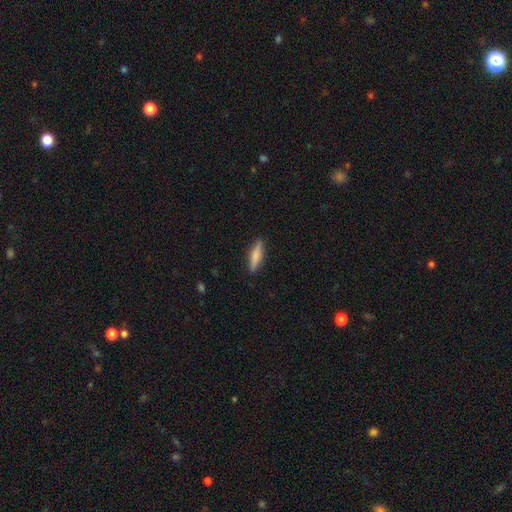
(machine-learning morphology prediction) A smooth galaxy with no disk features (69%) that is cigar-shaped (73%). Merging: none (88%).